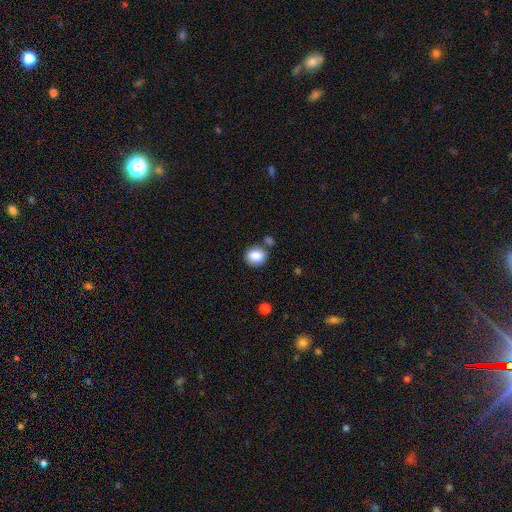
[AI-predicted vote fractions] Smooth or featured? Predicted: smooth (p=0.87). How rounded? Predicted: round (p=0.66). Merging? Predicted: none (p=0.72).